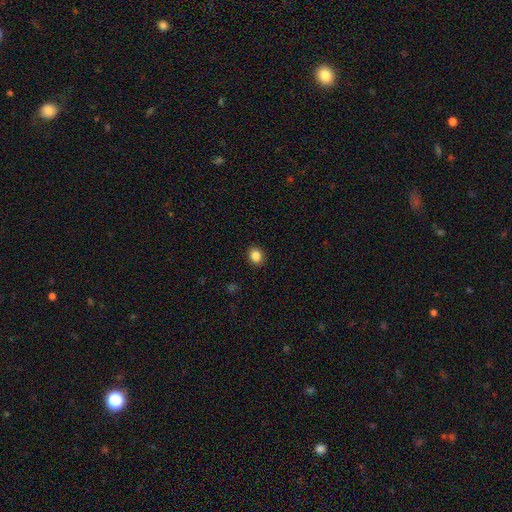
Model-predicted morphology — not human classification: smooth-or-featured: smooth: 86% | star or artifact: 10% | featured or disk: 4%
  how-rounded: round: 72% | in between: 27% | cigar-shaped: 1%
  merging: none: 92% | minor disturbance: 6% | major disturbance: 2% | merger: 1%